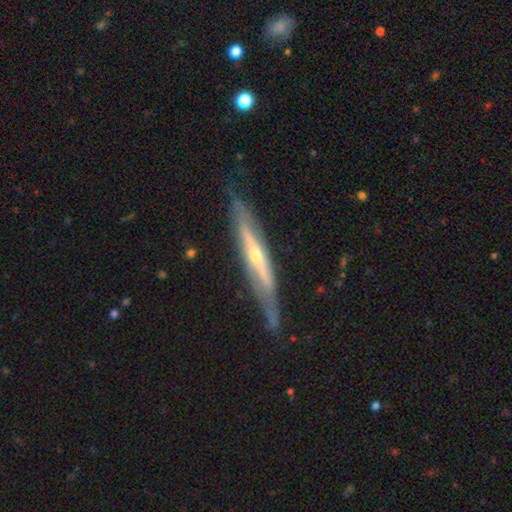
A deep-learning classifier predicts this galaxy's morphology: smooth_or_featured: featured or disk (p=0.79) [alt: smooth p=0.15]
disk_edge_on: yes (p=0.83) [alt: no p=0.17]
edge_on_bulge: rounded (p=0.76) [alt: none p=0.20]
merging: none (p=0.74) [alt: minor disturbance p=0.20]